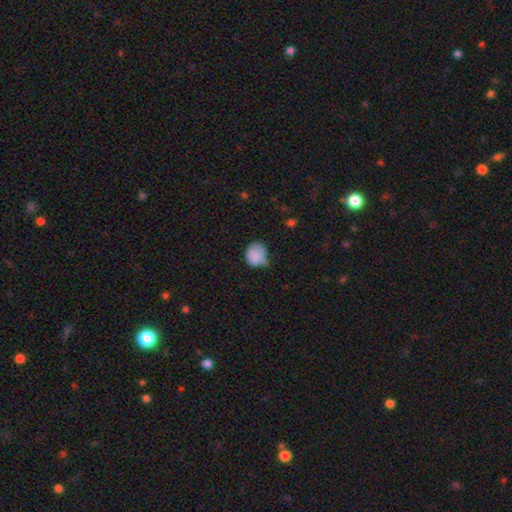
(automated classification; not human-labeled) This appears to be a smooth galaxy with no disk features (85%) that is round (71%). Merging: minor disturbance (42%).